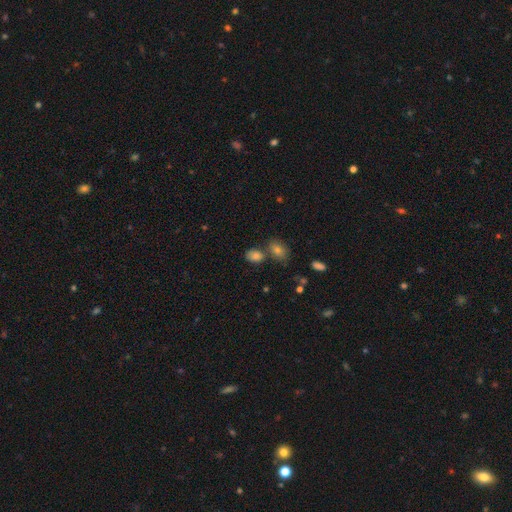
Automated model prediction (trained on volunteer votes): Smooth or featured? smooth (79%)
How rounded? in between (72%)
Merging? none (58%)